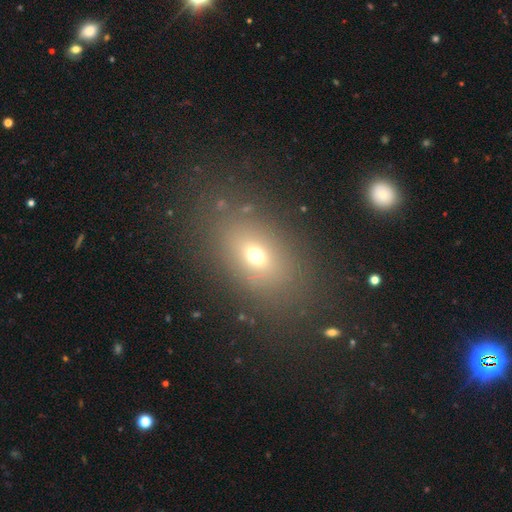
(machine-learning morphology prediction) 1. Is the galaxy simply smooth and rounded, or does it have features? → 64% smooth, 18% star or artifact, 17% featured or disk.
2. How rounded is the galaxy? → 78% in between, 19% round, 3% cigar-shaped.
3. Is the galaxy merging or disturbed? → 79% none, 11% minor disturbance, 7% major disturbance, 2% merger.